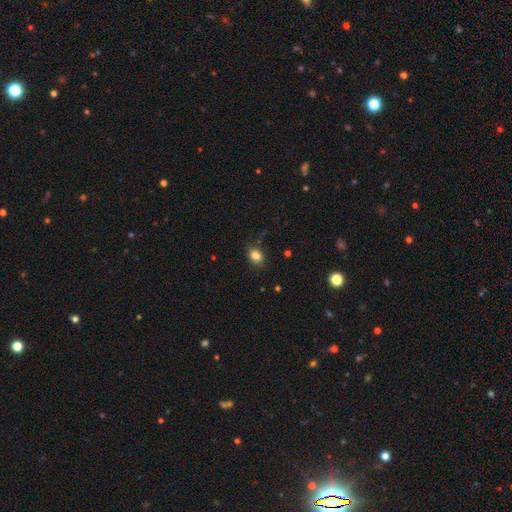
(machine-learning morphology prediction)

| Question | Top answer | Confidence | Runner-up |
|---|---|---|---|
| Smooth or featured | smooth | 83% | star or artifact (11%) |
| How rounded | in between | 70% | round (29%) |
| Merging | none | 81% | minor disturbance (14%) |